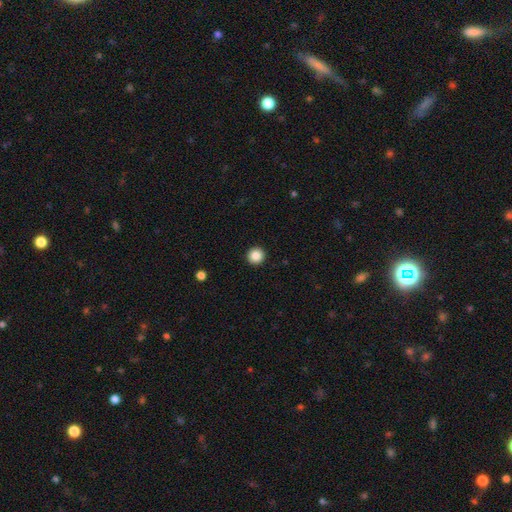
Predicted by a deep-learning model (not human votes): smooth-or-featured: smooth: 87% | star or artifact: 10% | featured or disk: 4%
  how-rounded: round: 95% | in between: 4% | cigar-shaped: 1%
  merging: none: 94% | minor disturbance: 4% | major disturbance: 1% | merger: 1%